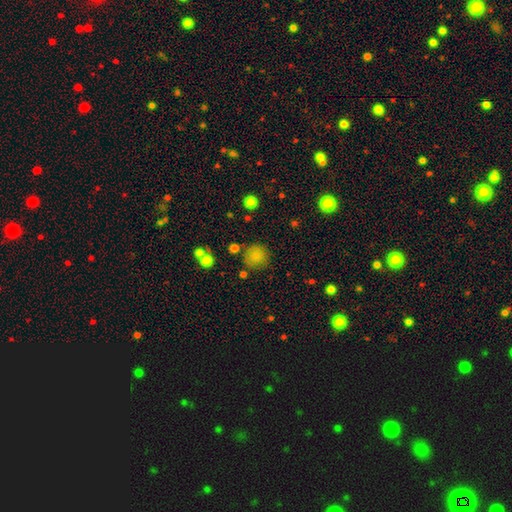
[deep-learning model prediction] A smooth galaxy with no disk features (81%) that is round (92%). Merging: none (81%).